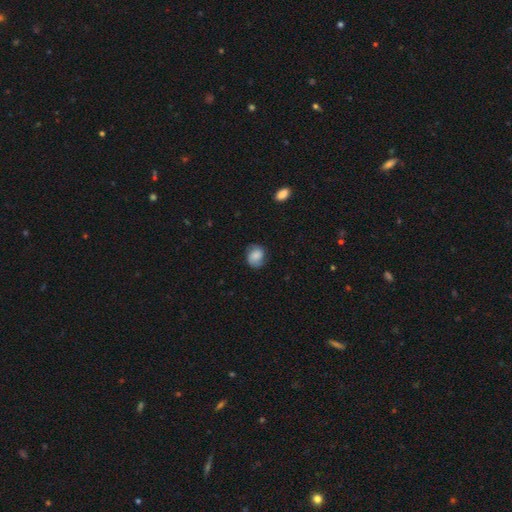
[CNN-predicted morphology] Smooth or featured? smooth (63%)
How rounded? round (59%)
Merging? none (70%)